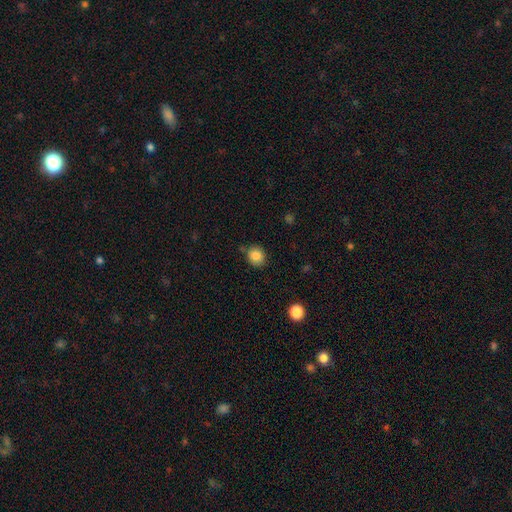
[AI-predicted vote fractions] A smooth galaxy with no disk features (84%) that is round (77%).

Vote fractions:
- Smooth or featured? smooth: 84% / star or artifact: 10% / featured or disk: 6%
- How rounded? round: 77% / in between: 23% / cigar-shaped: 1%
- Merging? none: 78% / minor disturbance: 14% / merger: 4% / major disturbance: 3%